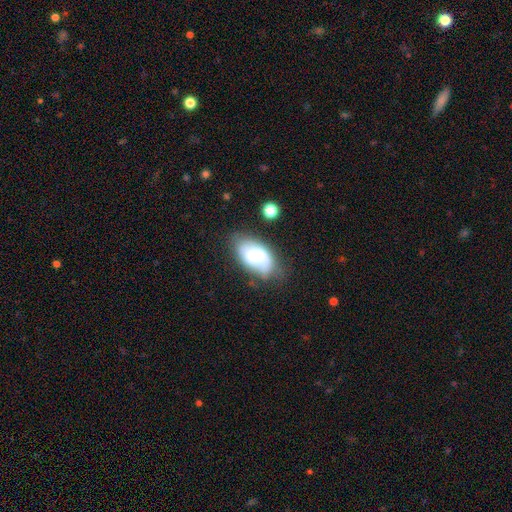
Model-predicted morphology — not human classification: Q: Smooth or featured?
A: smooth (64%); runner-up: featured or disk (27%)
Q: How rounded?
A: in between (92%); runner-up: round (5%)
Q: Merging?
A: none (59%); runner-up: minor disturbance (28%)